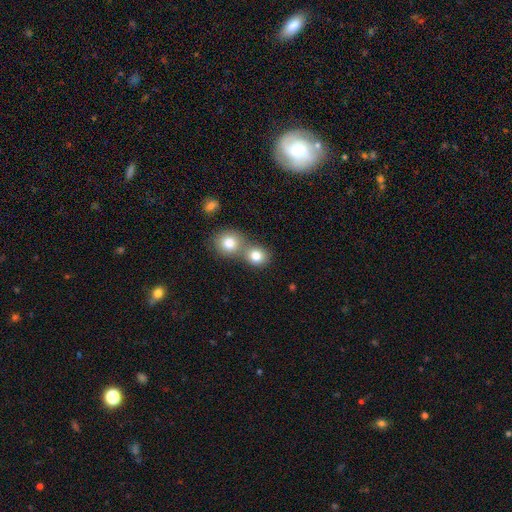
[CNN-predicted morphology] Smooth or featured?
  - smooth: 81% *
  - star or artifact: 10%
  - featured or disk: 9%
How rounded?
  - round: 78% *
  - in between: 21%
  - cigar-shaped: 1%
Merging?
  - merger: 53% *
  - none: 38%
  - minor disturbance: 6%
  - major disturbance: 3%